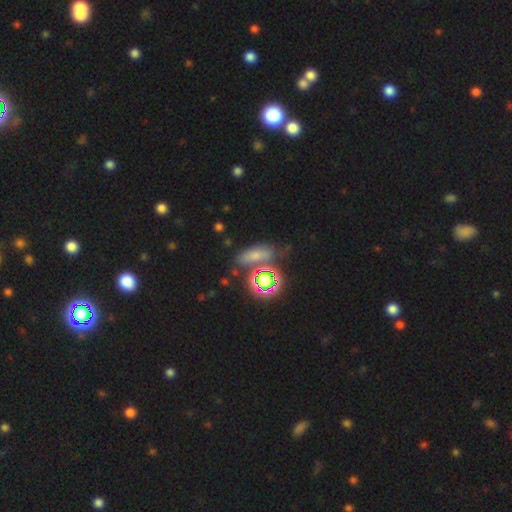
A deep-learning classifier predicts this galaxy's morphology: Smooth or featured? smooth (53%)
How rounded? in between (62%)
Merging? none (63%)